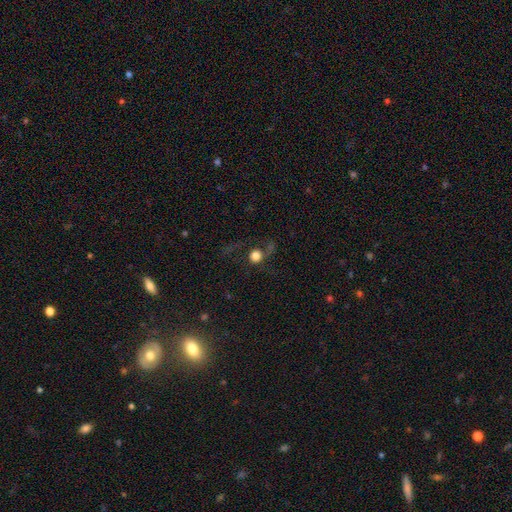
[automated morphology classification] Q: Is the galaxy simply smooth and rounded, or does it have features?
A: smooth — 59%.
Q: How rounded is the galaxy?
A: round — 89%.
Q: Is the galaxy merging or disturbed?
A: none — 50%.